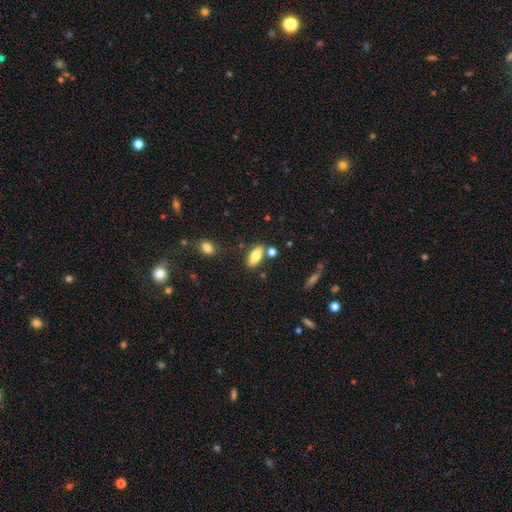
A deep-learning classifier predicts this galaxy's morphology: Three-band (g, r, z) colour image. It shows a smooth galaxy with no disk features (77%) that is in between round and cigar-shaped (78%). Merging: none (75%).